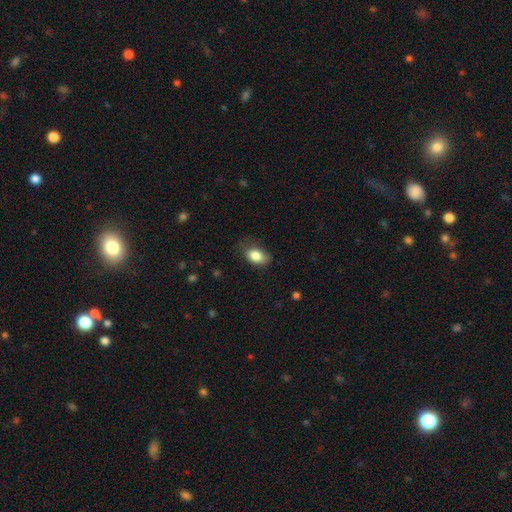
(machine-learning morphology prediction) smooth-or-featured: smooth: 85% | star or artifact: 8% | featured or disk: 7%
  how-rounded: in between: 82% | round: 17% | cigar-shaped: 1%
  merging: none: 66% | minor disturbance: 26% | major disturbance: 7% | merger: 1%